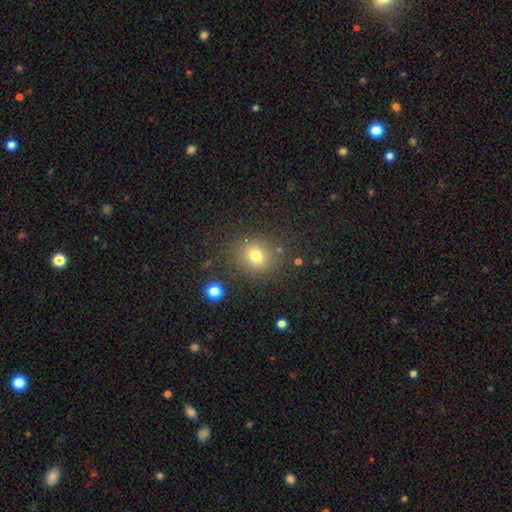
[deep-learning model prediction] smooth_or_featured: smooth (p=0.75) [alt: star or artifact p=0.16]
how_rounded: round (p=0.74) [alt: in between p=0.25]
merging: none (p=0.81) [alt: minor disturbance p=0.11]